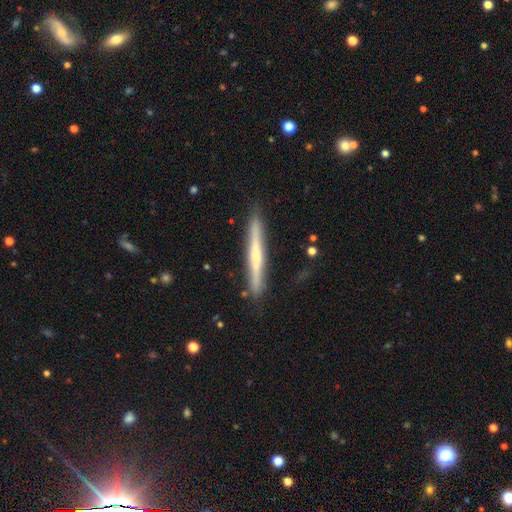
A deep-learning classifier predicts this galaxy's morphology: A featured or disk galaxy (57%) viewed edge-on (97%) with no central bulge (47%). Merging: none (88%).